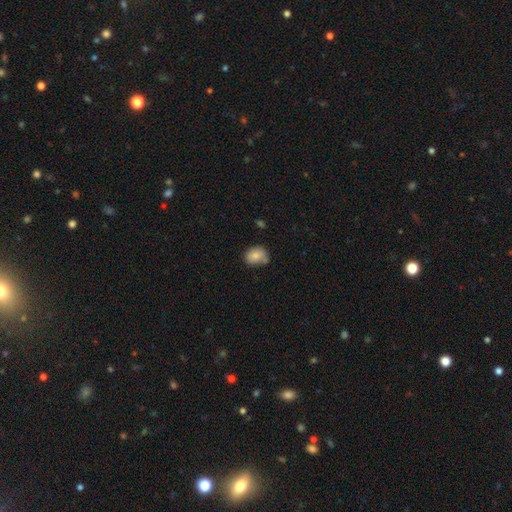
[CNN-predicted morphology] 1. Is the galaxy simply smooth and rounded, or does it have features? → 82% smooth, 9% featured or disk, 9% star or artifact.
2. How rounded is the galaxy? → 57% in between, 42% round, 1% cigar-shaped.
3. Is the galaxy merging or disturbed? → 63% none, 25% minor disturbance, 7% merger, 5% major disturbance.